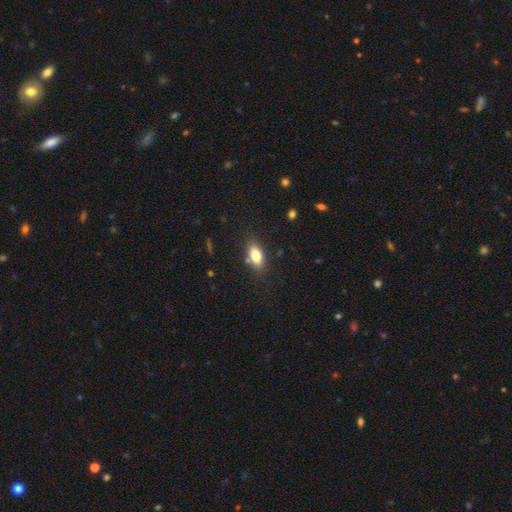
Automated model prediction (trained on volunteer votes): Smooth or featured?
  - smooth: 79% *
  - featured or disk: 12%
  - star or artifact: 8%
How rounded?
  - in between: 87% *
  - cigar-shaped: 8%
  - round: 5%
Merging?
  - none: 81% *
  - minor disturbance: 12%
  - merger: 4%
  - major disturbance: 3%